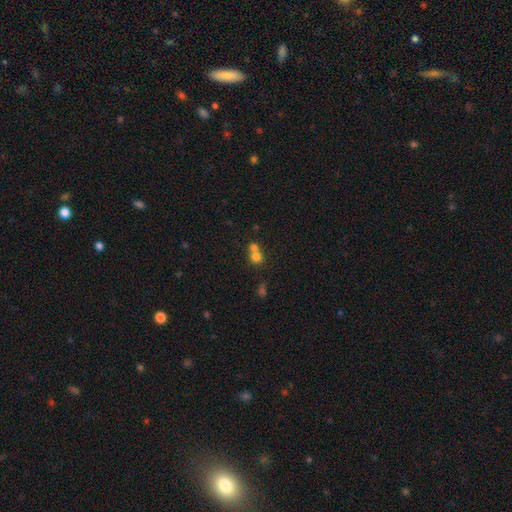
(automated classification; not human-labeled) Smooth or featured: smooth — 74% (star or artifact — 14%)
How rounded: round — 82% (in between — 17%)
Merging: merger — 56% (none — 36%)